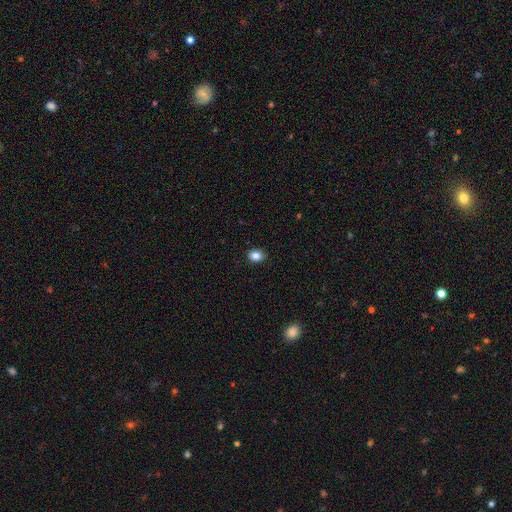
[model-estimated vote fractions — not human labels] Overall: smooth (86%). How rounded: in between (55%; round 44%). Merging: none (90%).